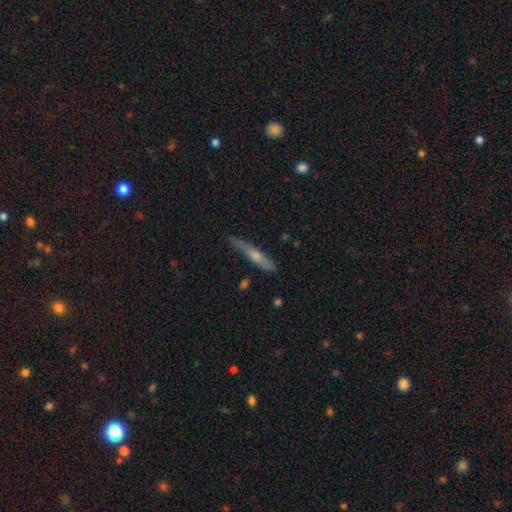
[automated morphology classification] This appears to be a featured or disk galaxy (53%) viewed edge-on (92%). Merging: none (75%).